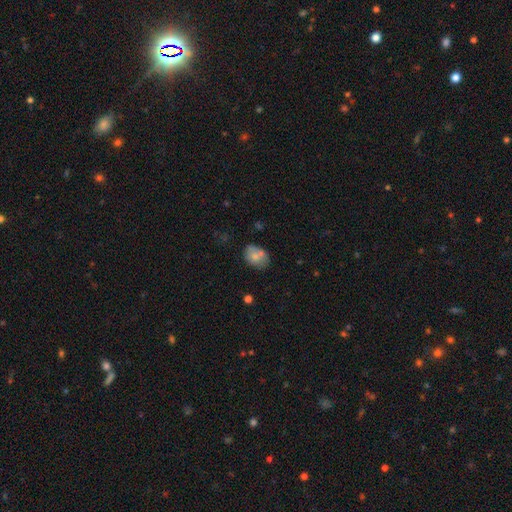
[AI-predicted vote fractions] Overall: smooth (69%). How rounded: in between (70%). Merging: none (50%; merger 23%).